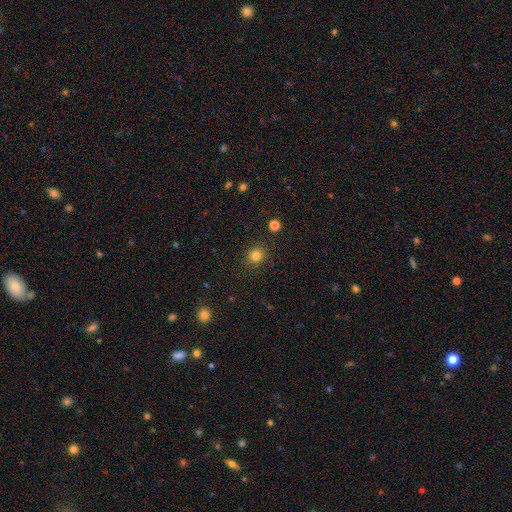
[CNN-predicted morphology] The model was most divided on "smooth or featured": smooth: 82%, star or artifact: 13%, featured or disk: 5%. More confident: merging — none (89%); how rounded — round (86%).